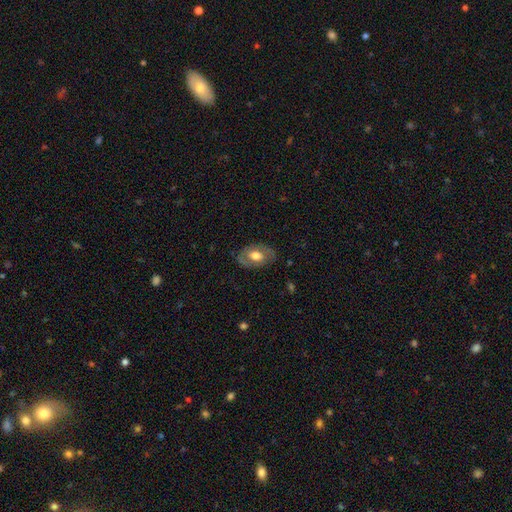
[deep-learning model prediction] A smooth galaxy with no disk features (48%). Merging: none (77%).